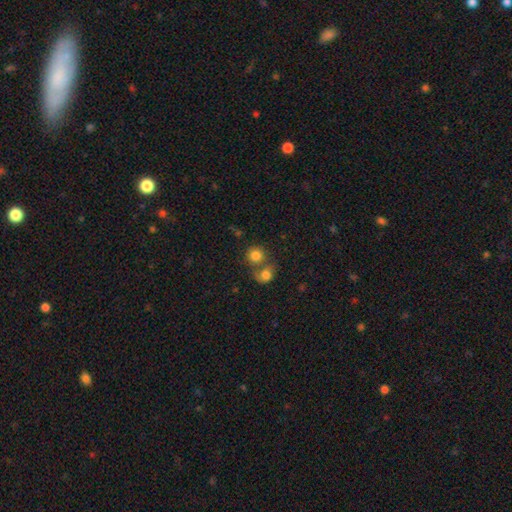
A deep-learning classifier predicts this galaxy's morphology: This appears to be a smooth galaxy with no disk features (81%) that is round (85%). Merging: merger (47%).